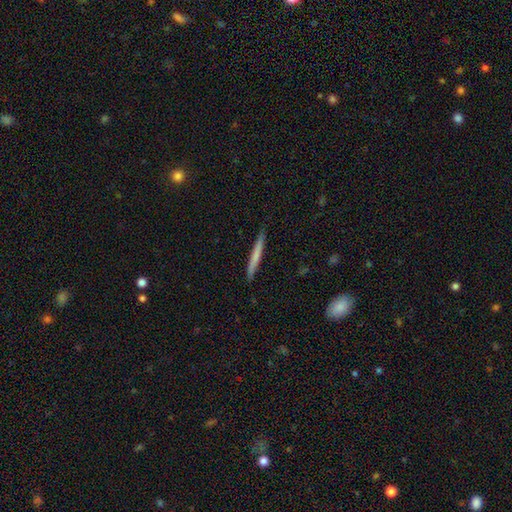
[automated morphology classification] smooth 64%, featured or disk 31%, star or artifact 5%. Down the decision tree: how rounded — cigar-shaped (97%); merging — none (89%).